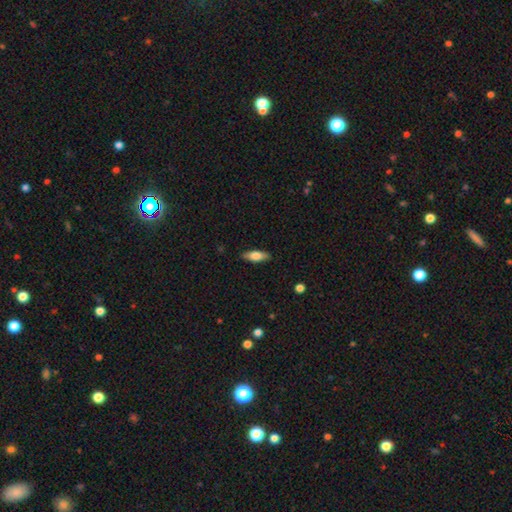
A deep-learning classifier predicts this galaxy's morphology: Smooth or featured: smooth — 70% (featured or disk — 23%)
How rounded: in between — 70% (cigar-shaped — 28%)
Merging: none — 87% (minor disturbance — 10%)